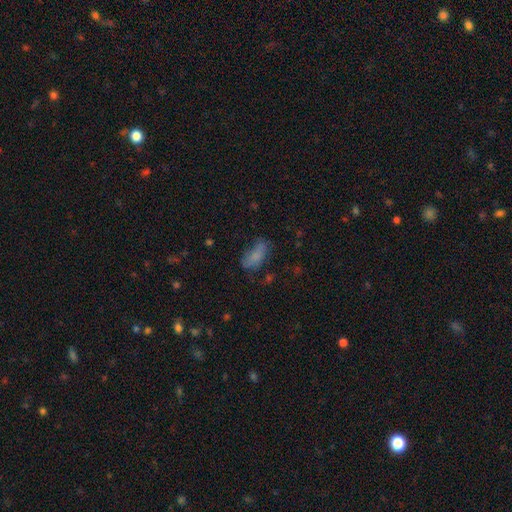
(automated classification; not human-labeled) Smooth or featured? Predicted: smooth (p=0.76). How rounded? Predicted: in between (p=0.85). Merging? Predicted: none (p=0.49).